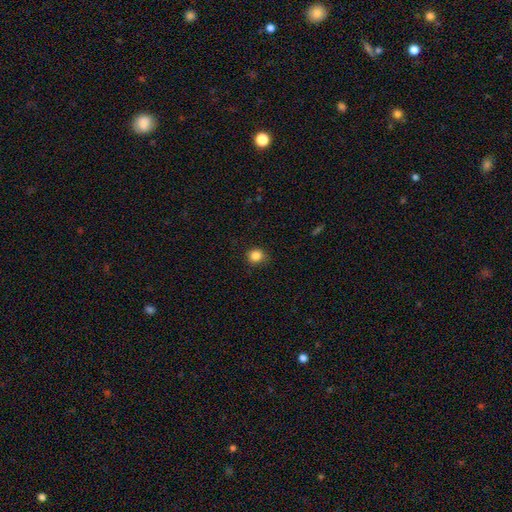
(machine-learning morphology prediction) Smooth or featured?
  - smooth: 86% *
  - star or artifact: 11%
  - featured or disk: 4%
How rounded?
  - round: 84% *
  - in between: 16%
  - cigar-shaped: 1%
Merging?
  - none: 84% *
  - minor disturbance: 12%
  - major disturbance: 3%
  - merger: 1%